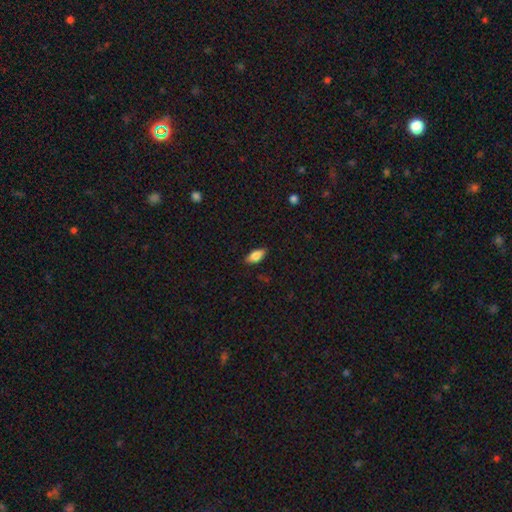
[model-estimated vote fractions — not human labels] Morphology: type=smooth (81%); roundness=in between (85%); merging=none (86%).